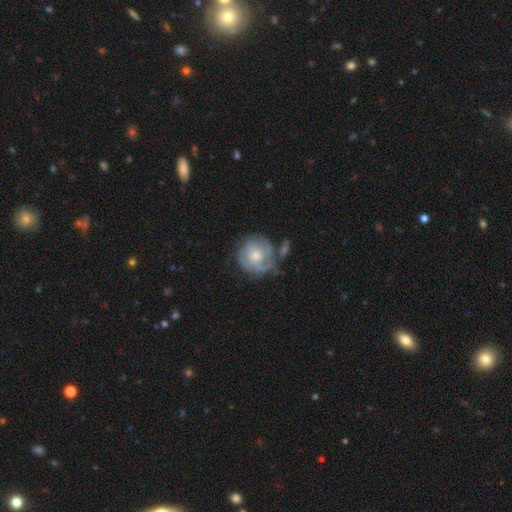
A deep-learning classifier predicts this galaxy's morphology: Smooth or featured? Predicted: featured or disk (p=0.63). Edge-on disk? Predicted: no (p=0.97). Bar? Predicted: no (p=0.77). Spiral arms? Predicted: yes (p=0.78). Bulge size? Predicted: moderate (p=0.58). Merging? Predicted: none (p=0.55).